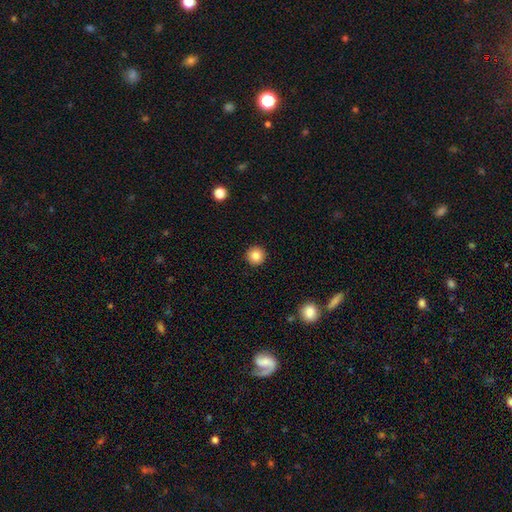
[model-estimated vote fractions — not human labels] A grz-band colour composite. It shows a smooth galaxy with no disk features (85%) that is round (96%). Merging: none (93%).